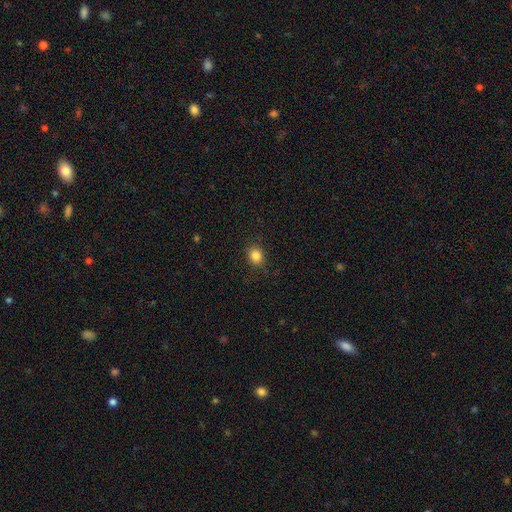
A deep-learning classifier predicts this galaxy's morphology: Smooth or featured? Predicted: smooth (p=0.85). How rounded? Predicted: round (p=0.66). Merging? Predicted: none (p=0.87).